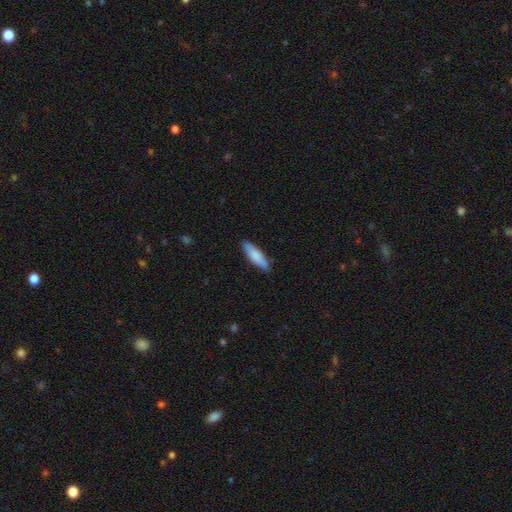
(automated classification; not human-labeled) smooth_or_featured: smooth (p=0.81) [alt: featured or disk p=0.14]
how_rounded: cigar-shaped (p=0.59) [alt: in between p=0.40]
merging: none (p=0.85) [alt: minor disturbance p=0.12]